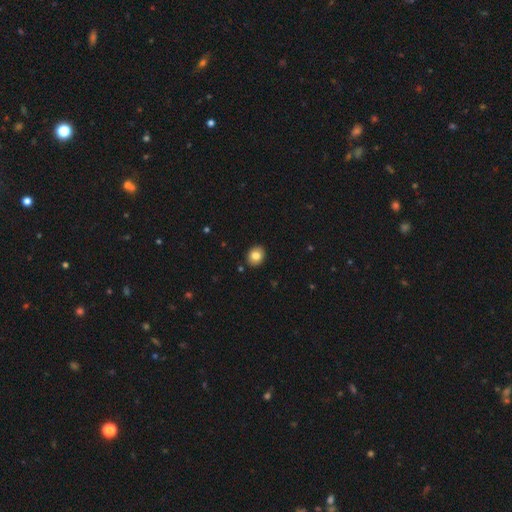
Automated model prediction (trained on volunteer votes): Q: Smooth or featured?
A: smooth (82%); runner-up: featured or disk (9%)
Q: How rounded?
A: round (55%); runner-up: in between (44%)
Q: Merging?
A: none (90%); runner-up: minor disturbance (7%)